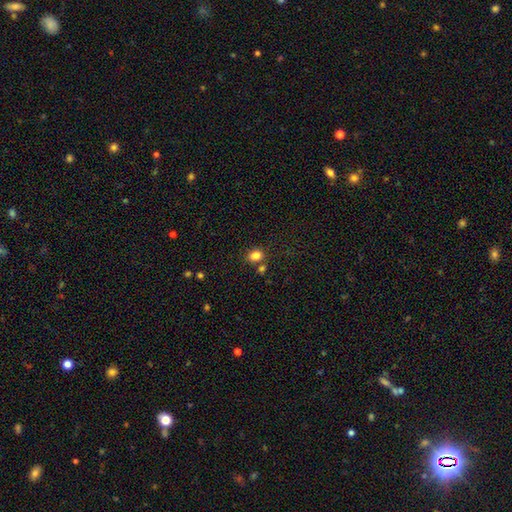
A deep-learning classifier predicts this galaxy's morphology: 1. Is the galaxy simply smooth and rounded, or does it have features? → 83% smooth, 12% star or artifact, 5% featured or disk.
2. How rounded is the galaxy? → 58% in between, 40% round, 1% cigar-shaped.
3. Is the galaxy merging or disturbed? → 70% none, 14% merger, 12% minor disturbance, 4% major disturbance.